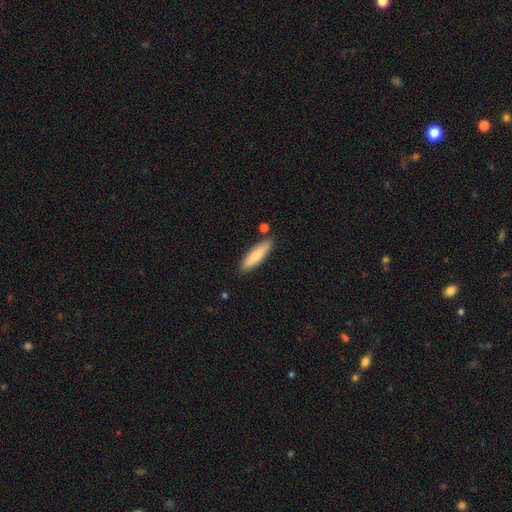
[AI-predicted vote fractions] Smooth or featured: smooth — 77% (featured or disk — 18%)
How rounded: cigar-shaped — 70% (in between — 28%)
Merging: none — 84% (minor disturbance — 11%)